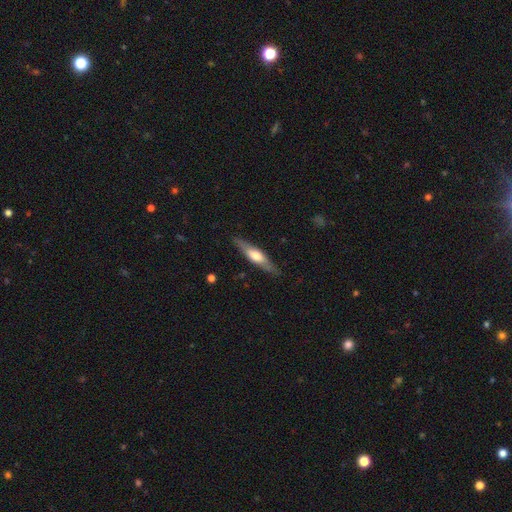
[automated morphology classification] Overall: featured or disk (55%; smooth 40%). Edge-on disk: yes (89%). Merging: none (86%).